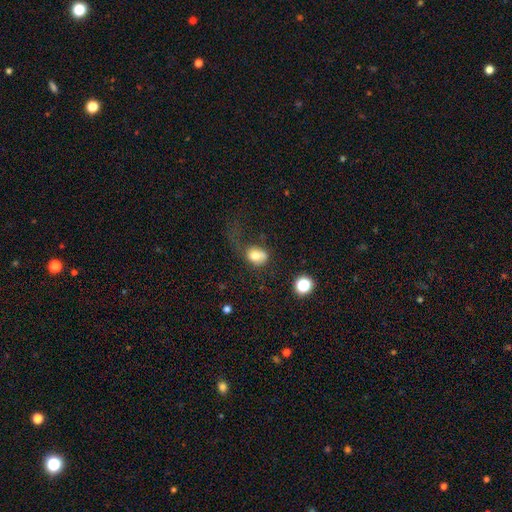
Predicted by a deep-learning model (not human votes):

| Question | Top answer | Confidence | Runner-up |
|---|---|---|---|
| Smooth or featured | smooth | 73% | featured or disk (17%) |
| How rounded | in between | 55% | round (43%) |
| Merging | major disturbance | 42% | none (27%) |